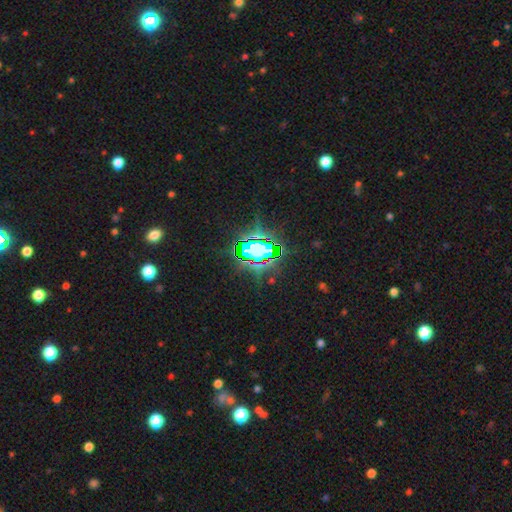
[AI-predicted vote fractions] smooth-or-featured: star or artifact: 83% | smooth: 10% | featured or disk: 7%